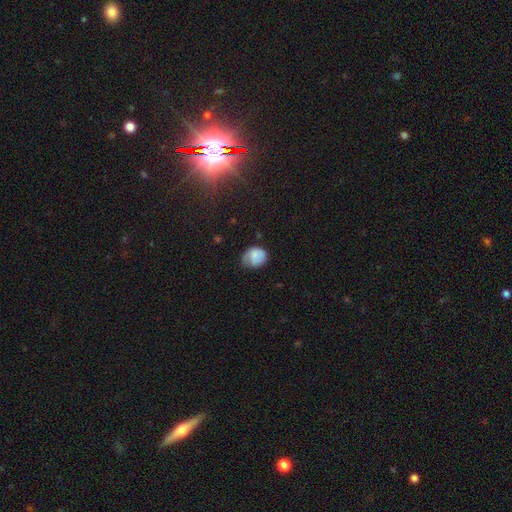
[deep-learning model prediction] smooth-or-featured: smooth: 78% | featured or disk: 14% | star or artifact: 8%
  how-rounded: round: 65% | in between: 34% | cigar-shaped: 1%
  merging: none: 50% | minor disturbance: 37% | major disturbance: 11% | merger: 2%